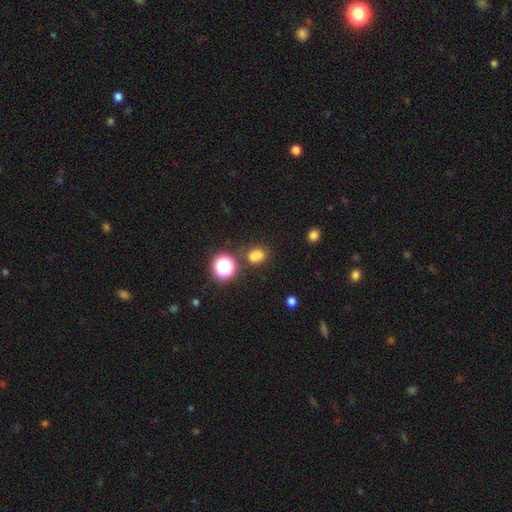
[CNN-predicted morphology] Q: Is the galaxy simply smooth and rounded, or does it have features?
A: smooth — 71%.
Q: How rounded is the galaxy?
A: round — 54%.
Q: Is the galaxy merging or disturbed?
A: none — 59%.